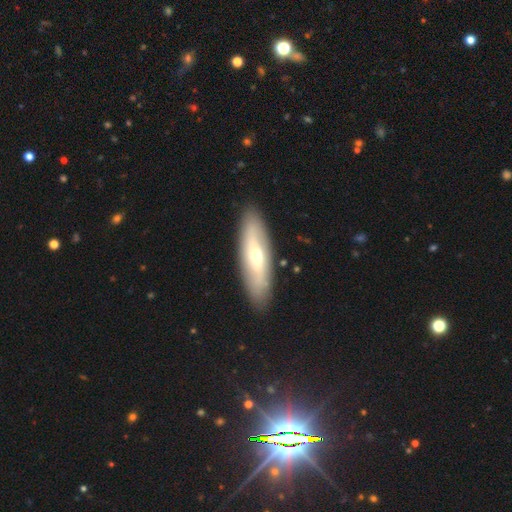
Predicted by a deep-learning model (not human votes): Morphology: type=featured or disk (54%); edge-on=no (59%); merging=none (89%).